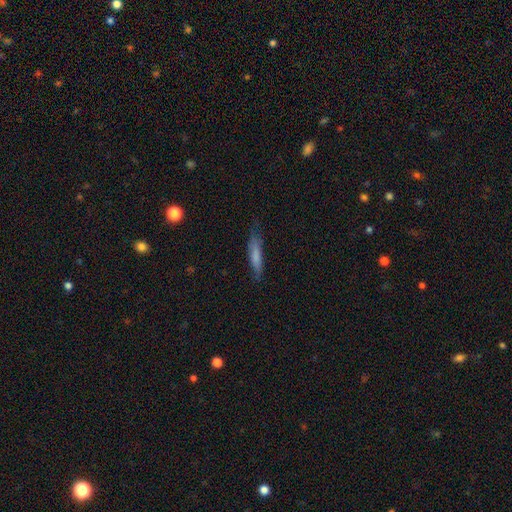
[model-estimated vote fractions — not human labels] Q: Smooth or featured?
A: smooth (70%); runner-up: featured or disk (23%)
Q: How rounded?
A: cigar-shaped (86%); runner-up: in between (13%)
Q: Merging?
A: none (67%); runner-up: minor disturbance (24%)